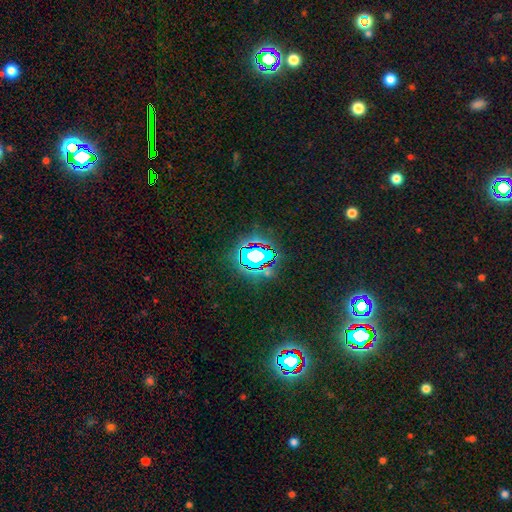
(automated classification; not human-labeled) Morphology: type=star or artifact (65%).